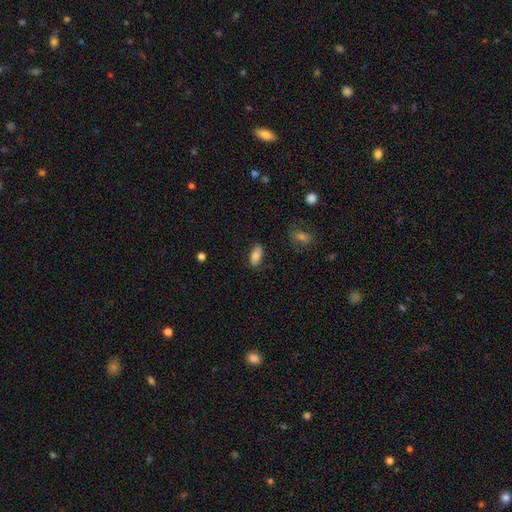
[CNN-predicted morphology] This appears to be a smooth galaxy with no disk features (80%) that is in between round and cigar-shaped (88%). Merging: none (78%).